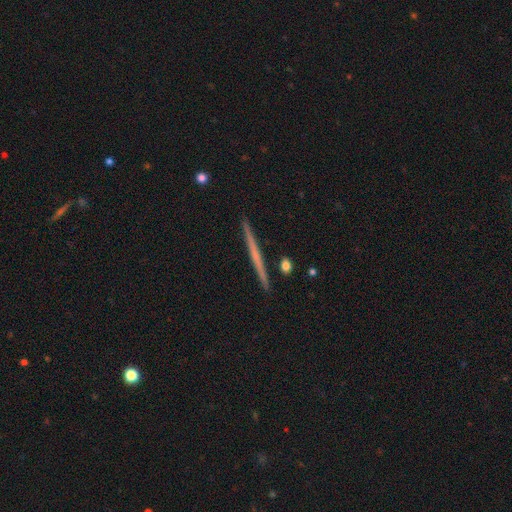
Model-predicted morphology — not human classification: This appears to be a featured or disk galaxy (56%) viewed edge-on (98%) with no central bulge (87%). Merging: none (92%).